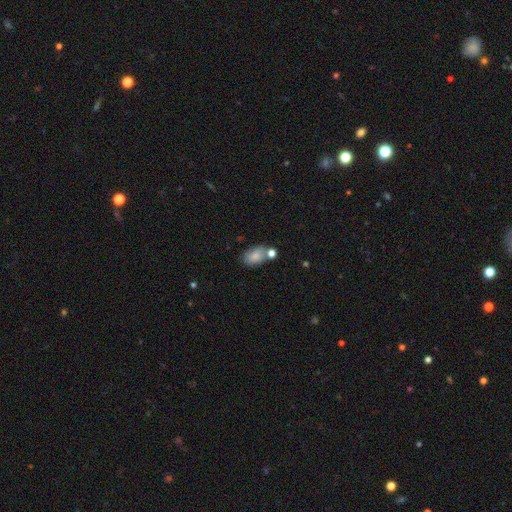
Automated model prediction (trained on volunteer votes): Smooth or featured?
  - smooth: 80% *
  - featured or disk: 12%
  - star or artifact: 8%
How rounded?
  - in between: 88% *
  - round: 10%
  - cigar-shaped: 2%
Merging?
  - none: 57% *
  - merger: 19%
  - minor disturbance: 19%
  - major disturbance: 6%